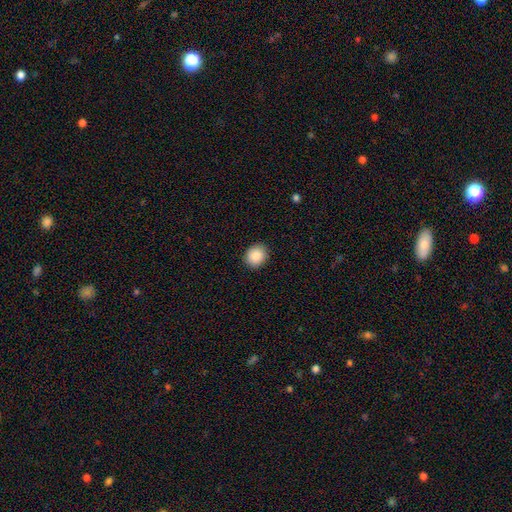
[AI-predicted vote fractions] Smooth or featured: smooth — 89% (star or artifact — 8%)
How rounded: round — 71% (in between — 28%)
Merging: none — 89% (minor disturbance — 8%)